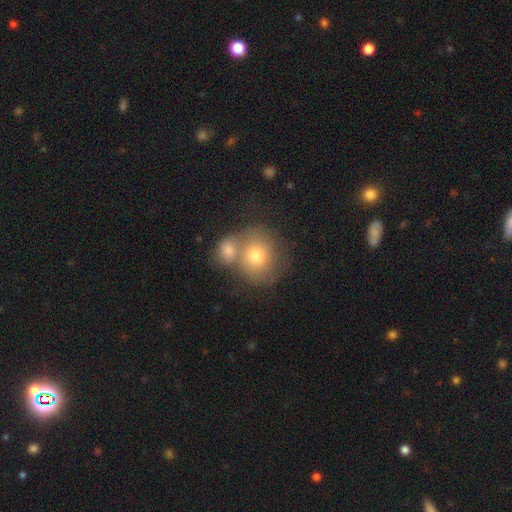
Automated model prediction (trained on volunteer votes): smooth_or_featured: smooth (p=0.67) [alt: featured or disk p=0.24]
how_rounded: round (p=0.81) [alt: in between p=0.18]
merging: merger (p=0.51) [alt: none p=0.34]